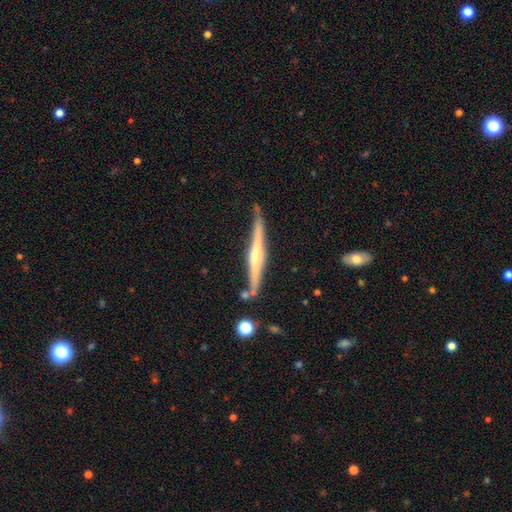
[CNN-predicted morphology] This is likely a featured or disk galaxy (69%). It is clearly viewed edge-on (97%). Edge-on bulge: likely rounded (60%). Merging: likely none (77%).